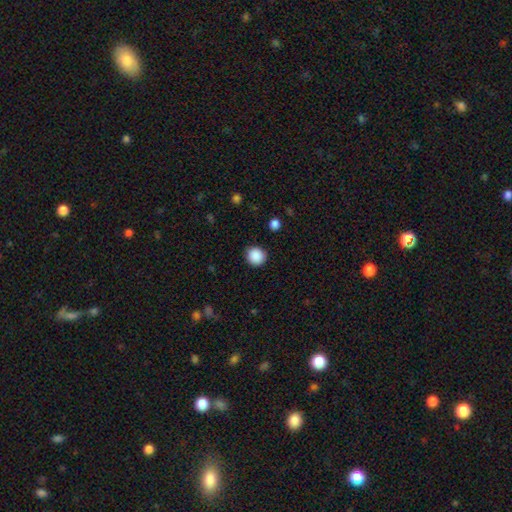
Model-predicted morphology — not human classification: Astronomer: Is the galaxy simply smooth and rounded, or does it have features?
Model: smooth — 89%.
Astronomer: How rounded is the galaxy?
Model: round — 93%.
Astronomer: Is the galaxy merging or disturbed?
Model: none — 89%.